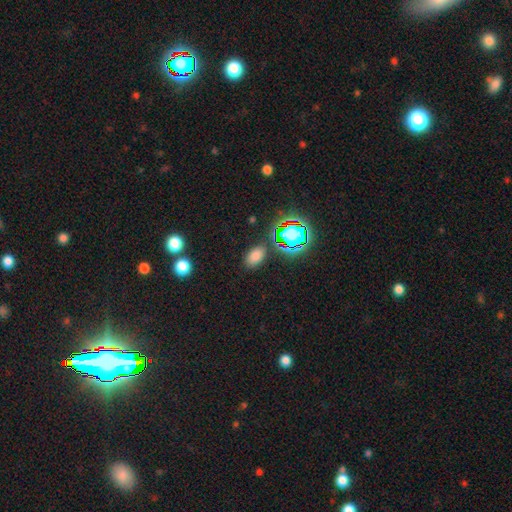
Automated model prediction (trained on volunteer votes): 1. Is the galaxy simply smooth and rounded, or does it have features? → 71% smooth, 23% star or artifact, 7% featured or disk.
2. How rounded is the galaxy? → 89% in between, 10% round, 2% cigar-shaped.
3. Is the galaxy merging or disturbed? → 83% none, 10% minor disturbance, 3% major disturbance, 3% merger.